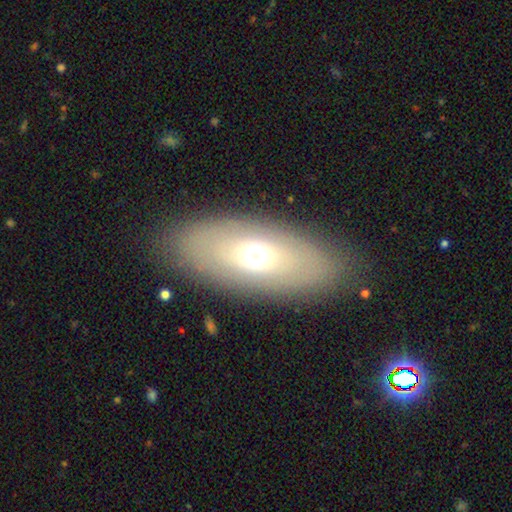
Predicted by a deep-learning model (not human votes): The model was most divided on "smooth or featured": smooth: 57%, featured or disk: 35%, star or artifact: 8%. More confident: merging — none (86%); how rounded — in between (85%).